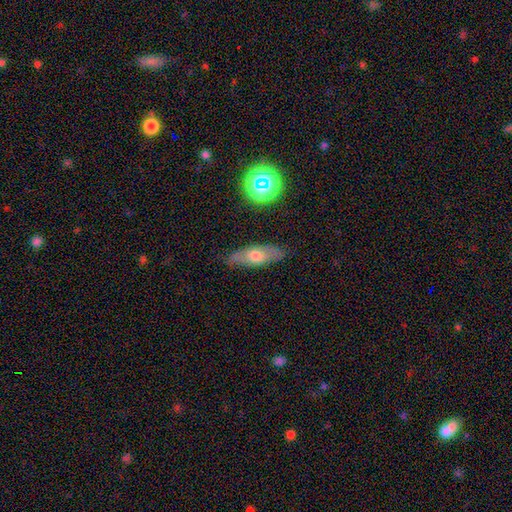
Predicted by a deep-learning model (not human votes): Overall: smooth (49%; featured or disk 40%). Merging: none (83%).